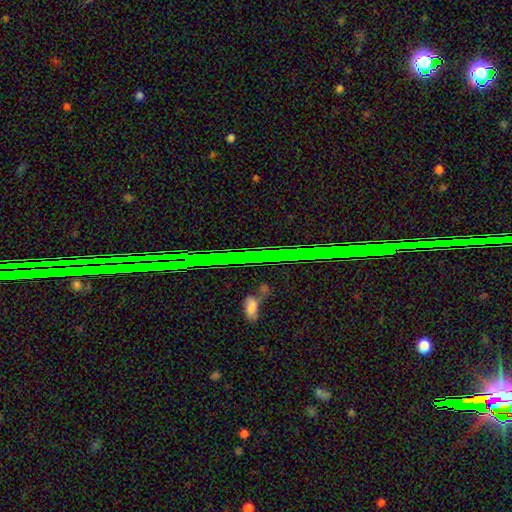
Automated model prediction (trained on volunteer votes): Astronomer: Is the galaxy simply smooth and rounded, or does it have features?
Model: star or artifact — 82%.